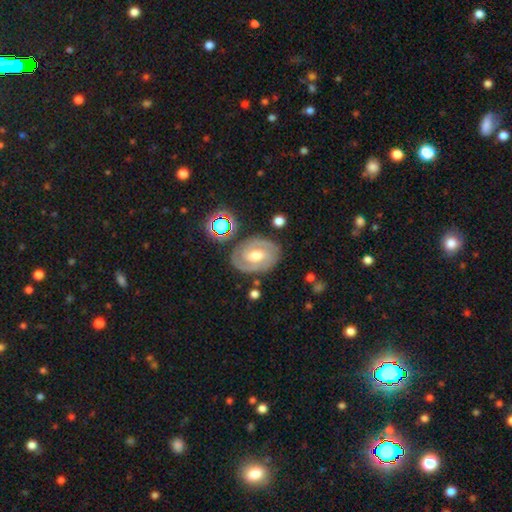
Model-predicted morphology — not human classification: smooth_or_featured: featured or disk (p=0.80) [alt: smooth p=0.14]
disk_edge_on: no (p=0.96) [alt: yes p=0.04]
bar: weak (p=0.44) [alt: no p=0.37]
has_spiral_arms: yes (p=0.89) [alt: no p=0.11]
spiral_winding: tight (p=0.63) [alt: medium p=0.31]
spiral_arm_count: 2 (p=0.78) [alt: can't tell p=0.11]
bulge_size: moderate (p=0.72) [alt: small p=0.15]
merging: none (p=0.81) [alt: minor disturbance p=0.13]